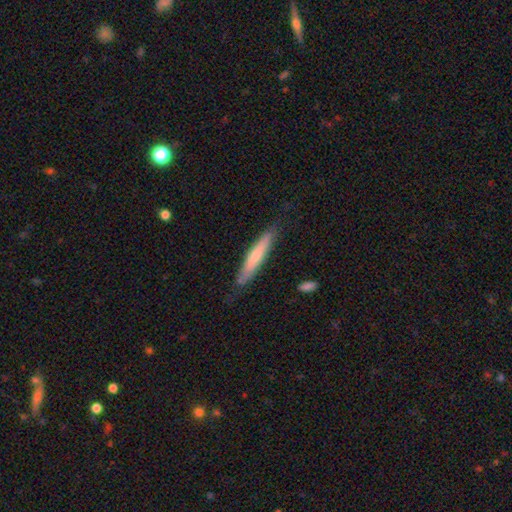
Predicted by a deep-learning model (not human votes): Smooth or featured? smooth (63%)
How rounded? cigar-shaped (91%)
Merging? none (79%)